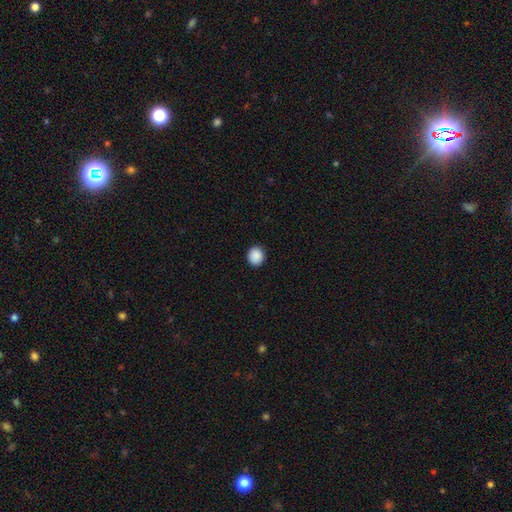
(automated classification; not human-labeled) This appears to be a smooth galaxy with no disk features (89%) that is round (82%). Merging: none (92%).